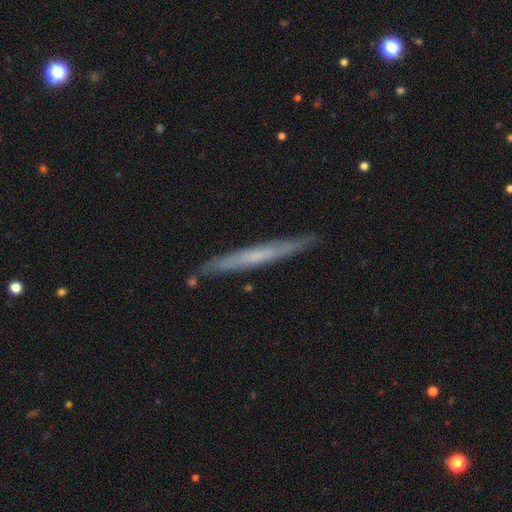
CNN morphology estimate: A featured or disk galaxy (53%) viewed edge-on (93%).

Vote fractions:
- Smooth or featured? featured or disk: 53% / smooth: 41% / star or artifact: 6%
- Edge-on disk? yes: 93% / no: 7%
- Merging? none: 87% / minor disturbance: 10% / major disturbance: 2% / merger: 2%